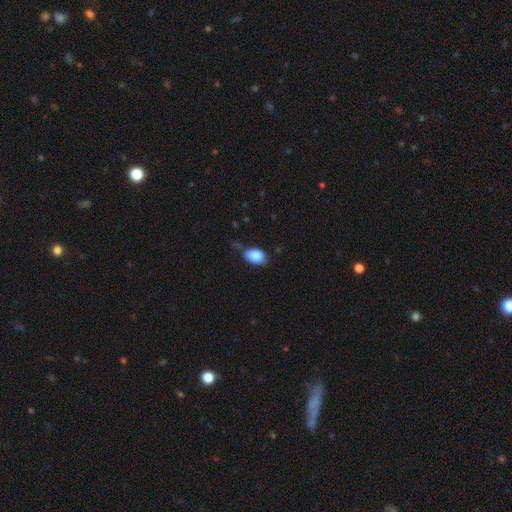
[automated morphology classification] This is clearly a smooth galaxy (86%). How rounded: clearly in between (85%). Merging: possibly none (57%).